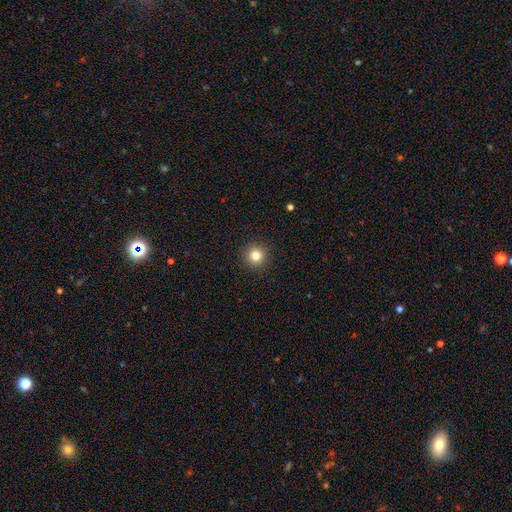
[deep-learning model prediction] Smooth or featured?
  - smooth: 82% *
  - star or artifact: 12%
  - featured or disk: 6%
How rounded?
  - round: 96% *
  - in between: 3%
  - cigar-shaped: 1%
Merging?
  - none: 93% *
  - minor disturbance: 4%
  - major disturbance: 2%
  - merger: 1%